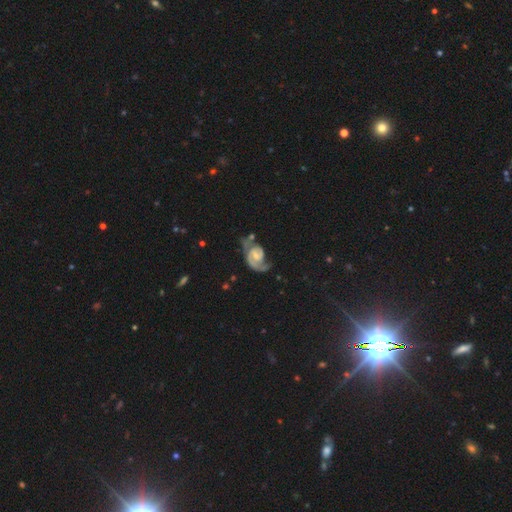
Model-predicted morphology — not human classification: Smooth or featured? Predicted: featured or disk (p=0.85). Edge-on disk? Predicted: no (p=0.98). Bar? Predicted: no (p=0.49). Spiral arms? Predicted: yes (p=0.95). Spiral winding? Predicted: medium (p=0.45). Spiral arm count? Predicted: 2 (p=0.72). Bulge size? Predicted: small (p=0.55). Merging? Predicted: none (p=0.47).